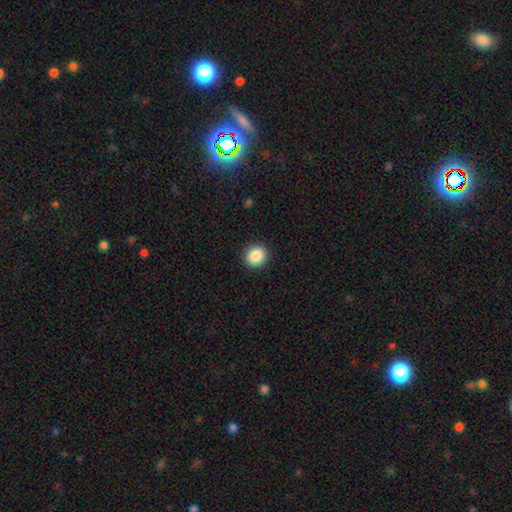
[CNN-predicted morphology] This is clearly a smooth galaxy (88%). How rounded: clearly round (85%). Merging: clearly none (91%).